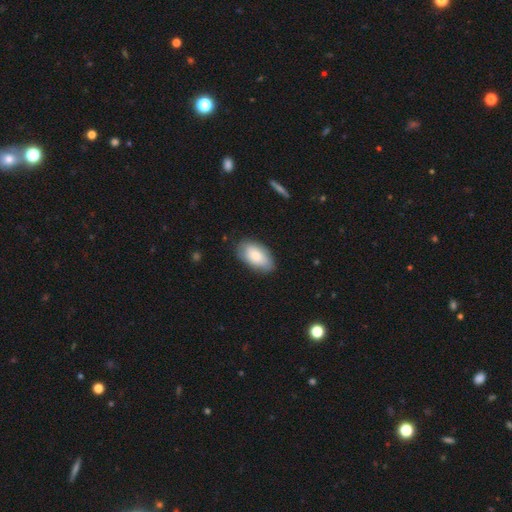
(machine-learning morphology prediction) smooth_or_featured: smooth (p=0.81) [alt: featured or disk p=0.13]
how_rounded: in between (p=0.94) [alt: cigar-shaped p=0.03]
merging: none (p=0.80) [alt: minor disturbance p=0.16]